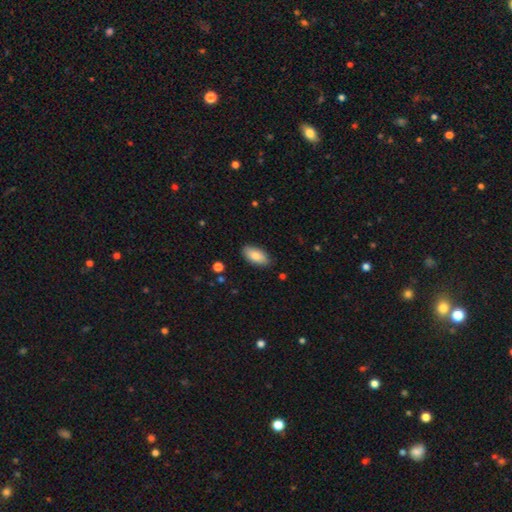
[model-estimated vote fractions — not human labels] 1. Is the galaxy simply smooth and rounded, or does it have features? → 83% smooth, 10% featured or disk, 6% star or artifact.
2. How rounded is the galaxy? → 92% in between, 5% cigar-shaped, 2% round.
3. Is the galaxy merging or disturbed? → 85% none, 11% minor disturbance, 2% major disturbance, 1% merger.